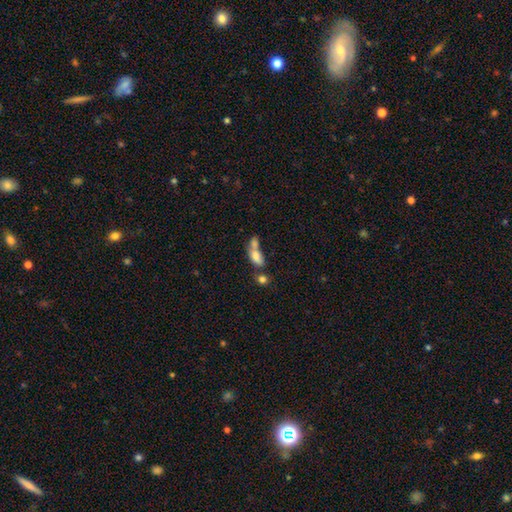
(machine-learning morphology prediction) Smooth or featured?
  - smooth: 73% *
  - featured or disk: 17%
  - star or artifact: 10%
How rounded?
  - in between: 81% *
  - cigar-shaped: 11%
  - round: 8%
Merging?
  - merger: 62% *
  - none: 21%
  - minor disturbance: 9%
  - major disturbance: 8%